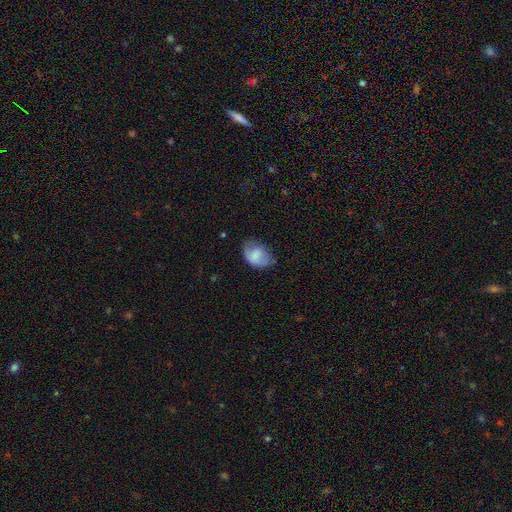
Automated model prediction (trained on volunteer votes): Morphology: type=smooth (73%); roundness=in between (79%); merging=none (45%).